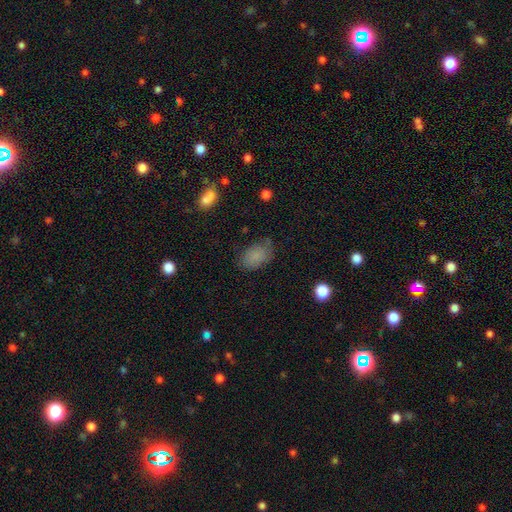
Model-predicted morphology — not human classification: type=smooth (83%); roundness=in between (89%); merging=none (74%).